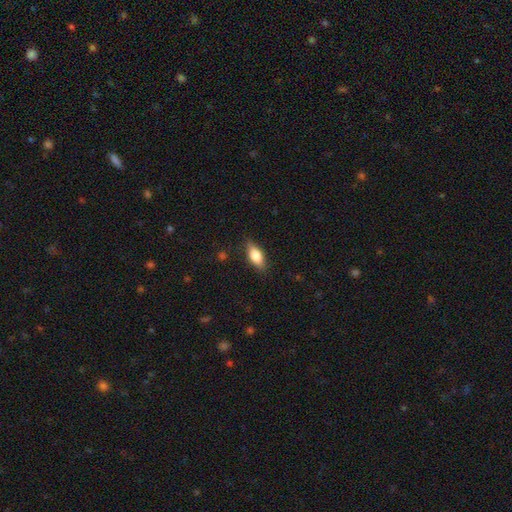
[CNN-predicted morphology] smooth_or_featured: smooth (p=0.70) [alt: featured or disk p=0.22]
how_rounded: in between (p=0.79) [alt: cigar-shaped p=0.17]
merging: none (p=0.82) [alt: minor disturbance p=0.14]